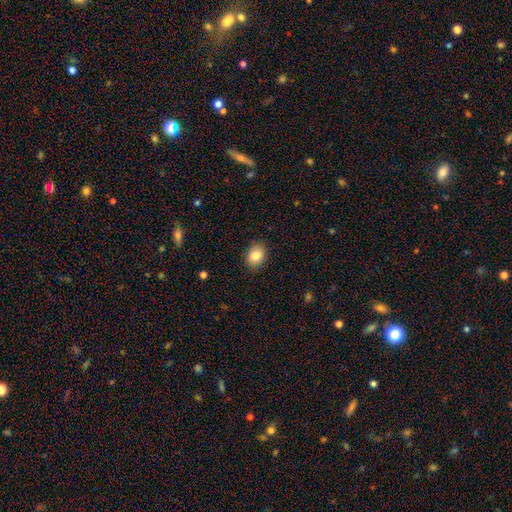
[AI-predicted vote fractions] This is clearly a smooth galaxy (84%). How rounded: likely in between (65%). Merging: clearly none (87%).